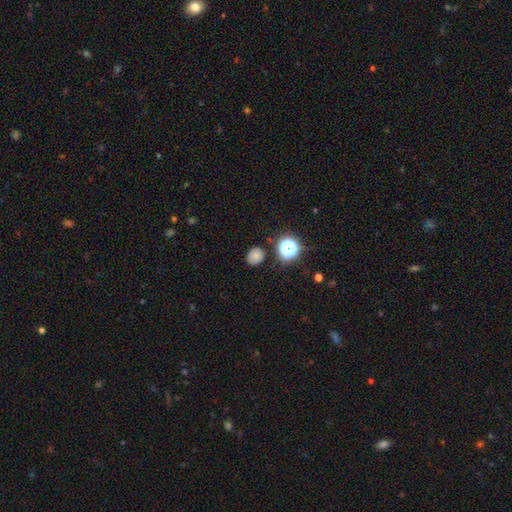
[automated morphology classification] A smooth galaxy with no disk features (75%) that is round (71%).

Vote fractions:
- Smooth or featured? smooth: 75% / star or artifact: 18% / featured or disk: 7%
- How rounded? round: 71% / in between: 28% / cigar-shaped: 1%
- Merging? none: 83% / minor disturbance: 11% / major disturbance: 3% / merger: 3%